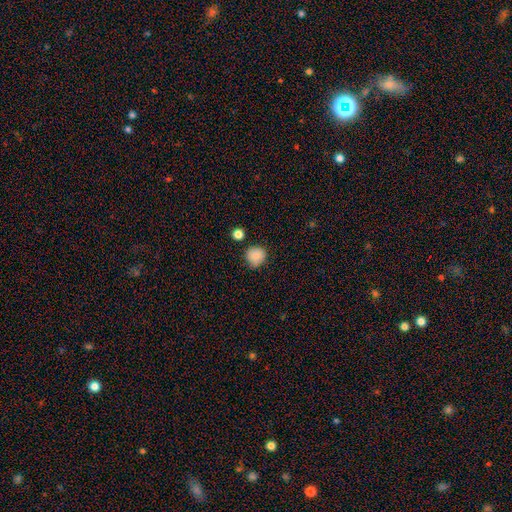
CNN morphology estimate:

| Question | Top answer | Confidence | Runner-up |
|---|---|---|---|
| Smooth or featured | smooth | 86% | star or artifact (9%) |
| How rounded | round | 91% | in between (8%) |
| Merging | none | 81% | minor disturbance (13%) |